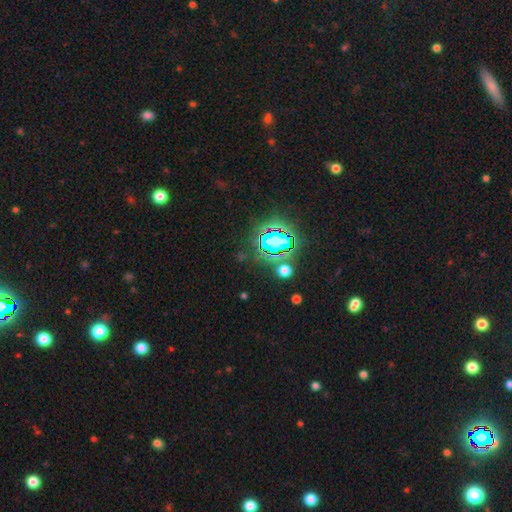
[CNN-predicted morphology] The model was most divided on "smooth or featured": star or artifact: 82%, smooth: 11%, featured or disk: 7%.